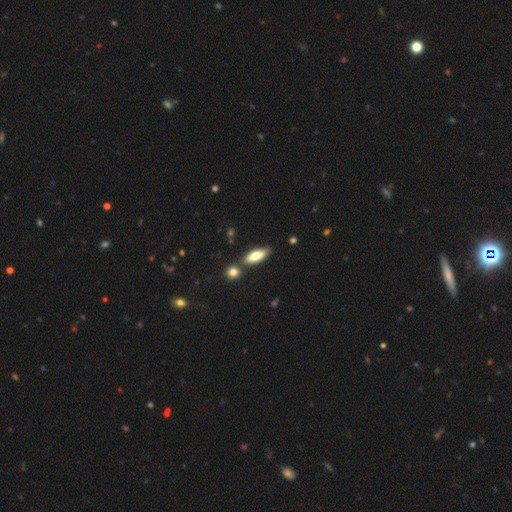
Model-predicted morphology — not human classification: A smooth galaxy with no disk features (77%) that is in between round and cigar-shaped (68%).

Vote fractions:
- Smooth or featured? smooth: 77% / featured or disk: 17% / star or artifact: 6%
- How rounded? in between: 68% / cigar-shaped: 30% / round: 2%
- Merging? none: 73% / minor disturbance: 12% / merger: 12% / major disturbance: 3%